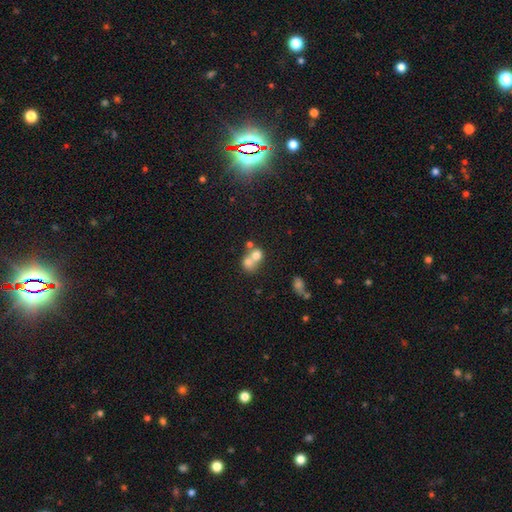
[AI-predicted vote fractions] Smooth or featured? smooth (69%)
How rounded? round (66%)
Merging? merger (68%)